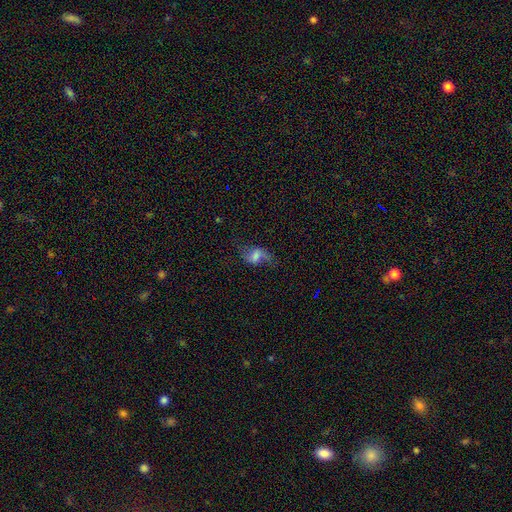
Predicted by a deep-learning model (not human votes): Smooth or featured: featured or disk — 52% (smooth — 36%)
Edge-on disk: no — 94% (yes — 6%)
Merging: none — 53% (minor disturbance — 23%)